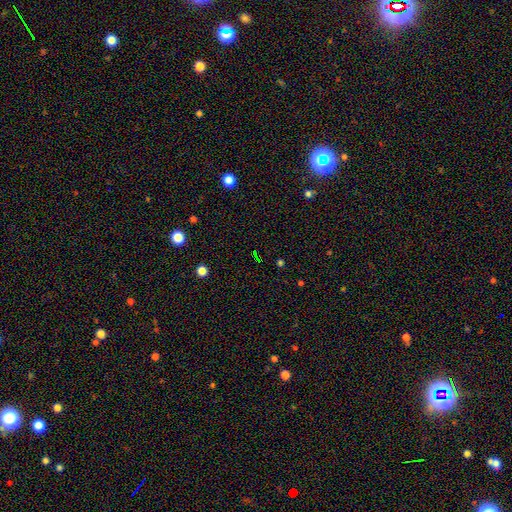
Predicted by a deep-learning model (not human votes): star or artifact 68%, smooth 22%, featured or disk 9%.